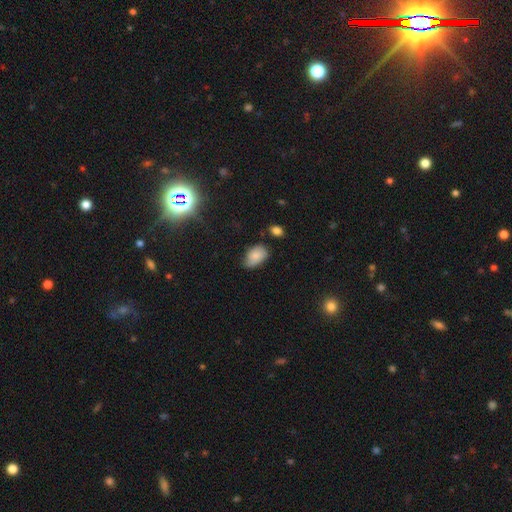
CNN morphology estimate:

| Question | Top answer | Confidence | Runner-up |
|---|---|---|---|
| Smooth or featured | smooth | 79% | featured or disk (11%) |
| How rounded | in between | 89% | round (10%) |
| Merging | none | 56% | minor disturbance (34%) |